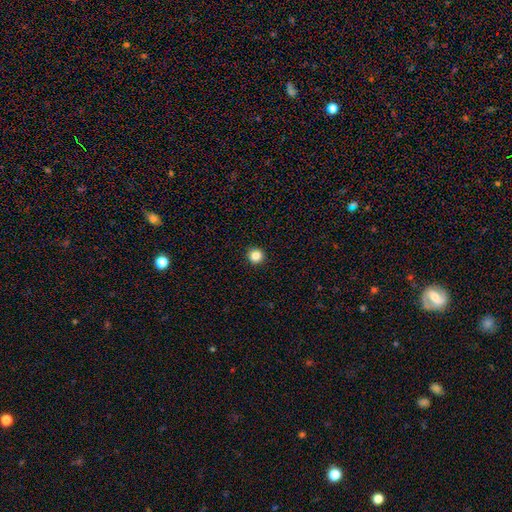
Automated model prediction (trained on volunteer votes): smooth_or_featured: smooth (p=0.84) [alt: star or artifact p=0.12]
how_rounded: round (p=0.96) [alt: in between p=0.03]
merging: none (p=0.94) [alt: minor disturbance p=0.04]